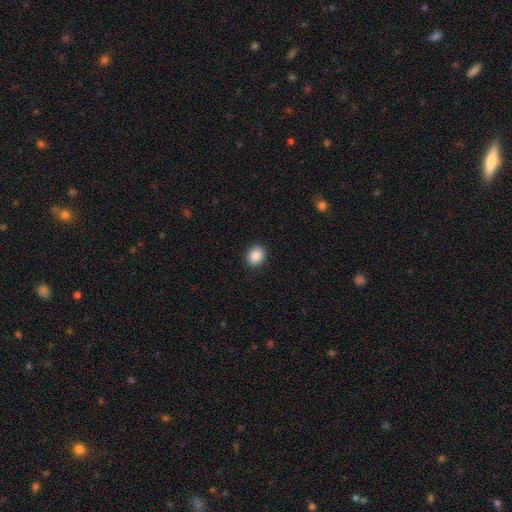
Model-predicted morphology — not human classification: smooth 88%, star or artifact 8%, featured or disk 4%. Down the decision tree: how rounded — round (56%); merging — none (91%).